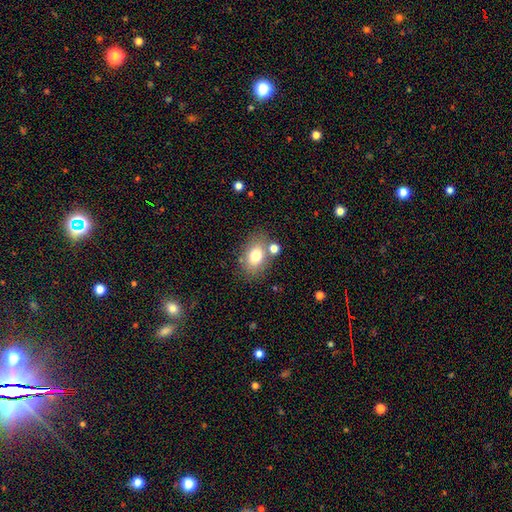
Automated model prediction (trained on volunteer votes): Smooth or featured? Predicted: smooth (p=0.75). How rounded? Predicted: in between (p=0.77). Merging? Predicted: none (p=0.69).